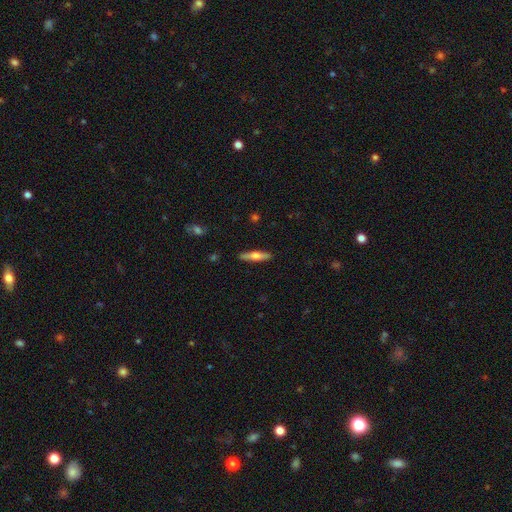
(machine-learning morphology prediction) This appears to be a smooth galaxy with no disk features (49%). Merging: none (90%).